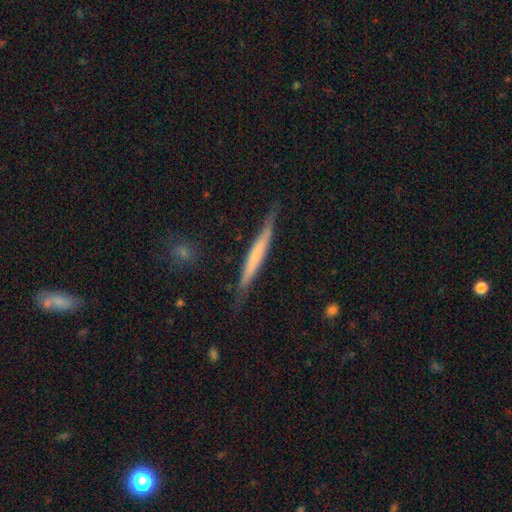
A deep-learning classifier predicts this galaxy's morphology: type=featured or disk (51%); edge-on=yes (93%); merging=none (76%).